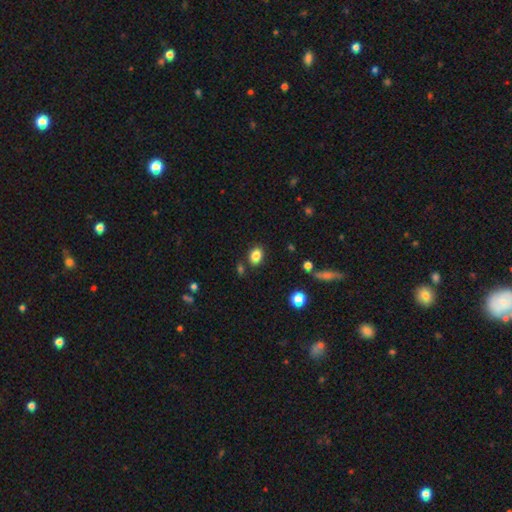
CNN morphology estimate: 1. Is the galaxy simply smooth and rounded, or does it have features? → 85% smooth, 10% star or artifact, 5% featured or disk.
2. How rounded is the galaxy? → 73% in between, 26% round, 1% cigar-shaped.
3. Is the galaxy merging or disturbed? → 82% none, 10% minor disturbance, 5% merger, 3% major disturbance.